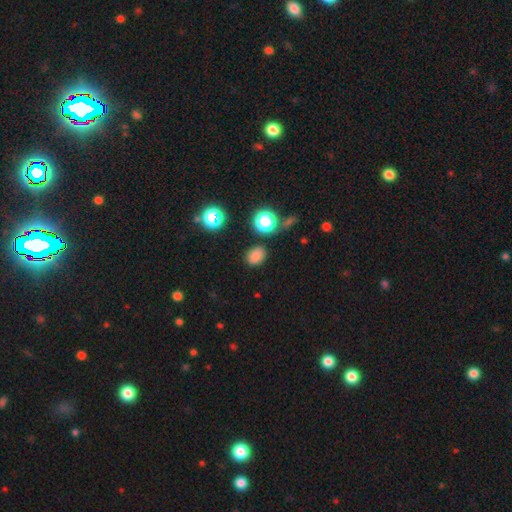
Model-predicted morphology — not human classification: Smooth or featured? Predicted: smooth (p=0.78). How rounded? Predicted: in between (p=0.59). Merging? Predicted: none (p=0.83).